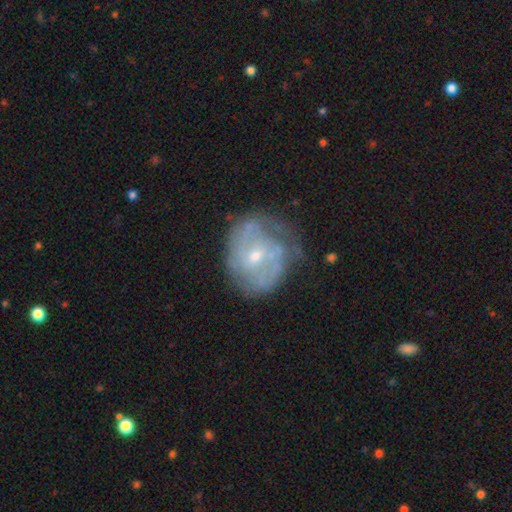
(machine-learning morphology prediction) Smooth or featured: featured or disk — 72% (smooth — 20%)
Edge-on disk: no — 97% (yes — 3%)
Bar: no — 52% (weak — 40%)
Spiral arms: yes — 73% (no — 27%)
Spiral winding: tight — 45% (medium — 38%)
Spiral arm count: can't tell — 42% (2 — 36%)
Bulge size: small — 58% (moderate — 38%)
Merging: none — 54% (minor disturbance — 27%)